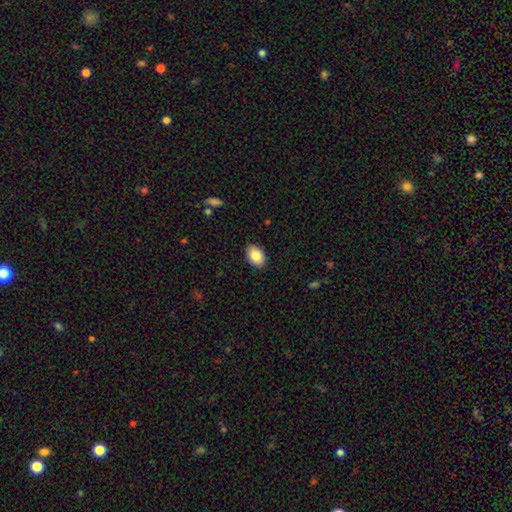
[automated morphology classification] smooth_or_featured: smooth (p=0.86) [alt: featured or disk p=0.07]
how_rounded: in between (p=0.86) [alt: round p=0.13]
merging: none (p=0.90) [alt: minor disturbance p=0.08]